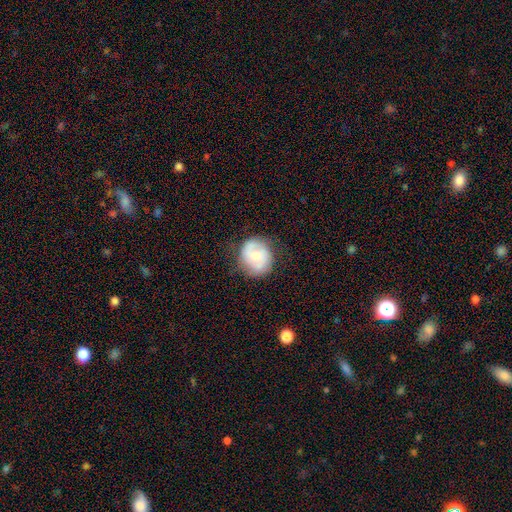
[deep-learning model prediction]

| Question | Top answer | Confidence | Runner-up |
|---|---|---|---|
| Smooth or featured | featured or disk | 48% | smooth (45%) |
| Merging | none | 72% | minor disturbance (20%) |